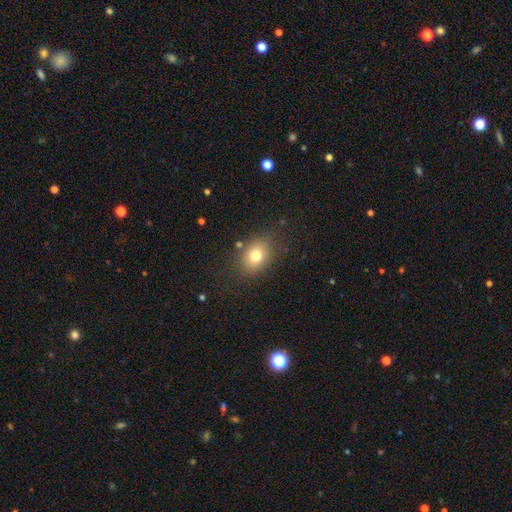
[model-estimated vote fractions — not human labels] Smooth or featured? Predicted: smooth (p=0.76). How rounded? Predicted: in between (p=0.65). Merging? Predicted: none (p=0.80).